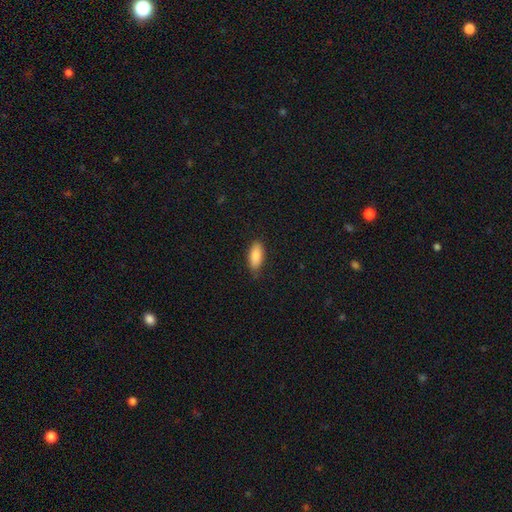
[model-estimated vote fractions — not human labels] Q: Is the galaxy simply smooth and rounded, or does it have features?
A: smooth — 88%.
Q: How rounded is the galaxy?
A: in between — 83%.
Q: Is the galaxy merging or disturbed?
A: none — 83%.